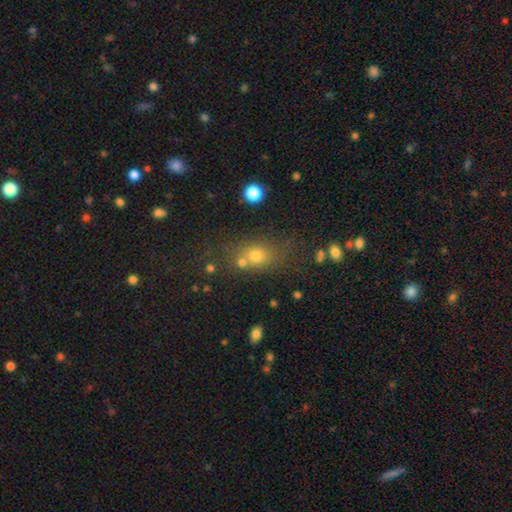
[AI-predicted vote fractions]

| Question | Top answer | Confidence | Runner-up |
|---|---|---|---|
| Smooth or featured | smooth | 67% | star or artifact (19%) |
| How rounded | round | 50% | in between (48%) |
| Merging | none | 58% | merger (23%) |